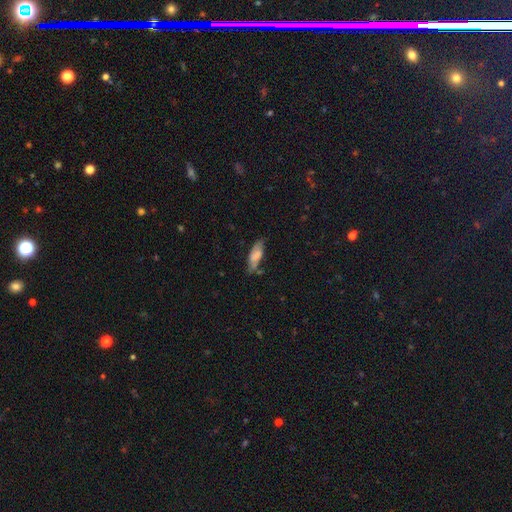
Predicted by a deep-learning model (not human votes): Smooth or featured?
  - smooth: 67% *
  - featured or disk: 25%
  - star or artifact: 8%
How rounded?
  - in between: 66% *
  - cigar-shaped: 32%
  - round: 2%
Merging?
  - none: 61% *
  - minor disturbance: 27%
  - major disturbance: 7%
  - merger: 5%